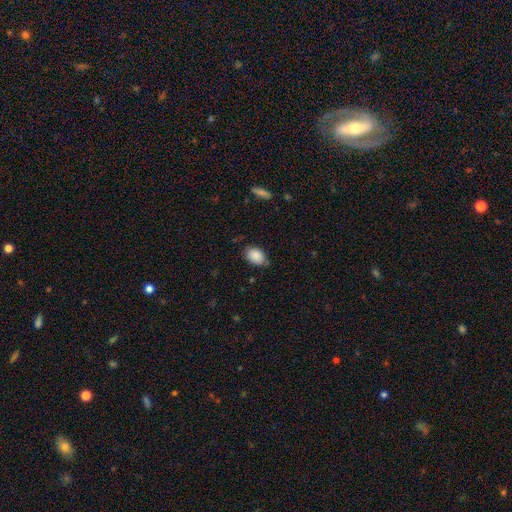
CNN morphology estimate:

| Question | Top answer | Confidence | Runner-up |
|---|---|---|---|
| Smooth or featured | smooth | 87% | star or artifact (7%) |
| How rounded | in between | 82% | round (17%) |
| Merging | none | 74% | minor disturbance (21%) |